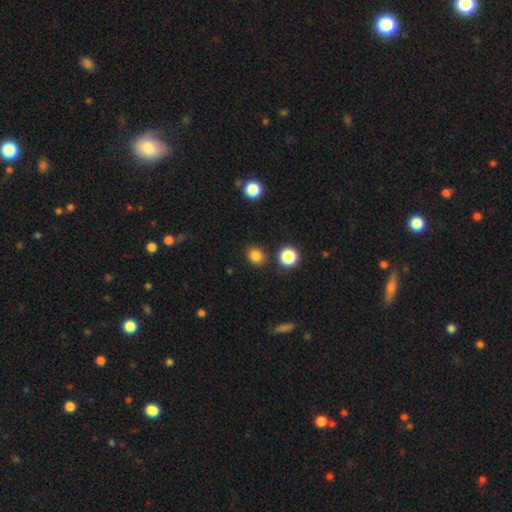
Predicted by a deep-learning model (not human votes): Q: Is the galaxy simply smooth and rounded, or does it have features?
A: smooth — 83%.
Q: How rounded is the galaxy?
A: round — 75%.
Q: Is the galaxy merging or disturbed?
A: none — 86%.